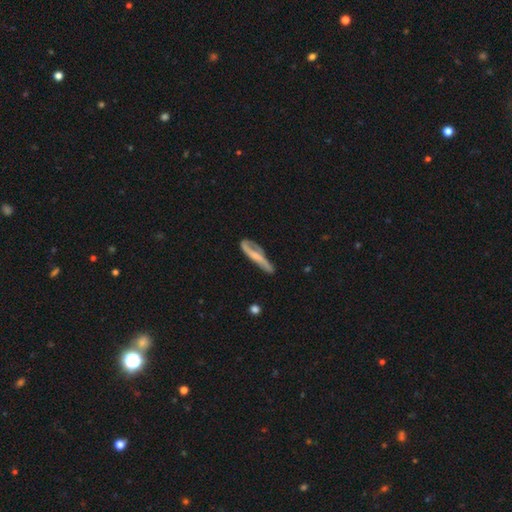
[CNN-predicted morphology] Q: Smooth or featured?
A: featured or disk (54%); runner-up: smooth (39%)
Q: Edge-on disk?
A: no (52%); runner-up: yes (48%)
Q: Merging?
A: none (48%); runner-up: minor disturbance (27%)